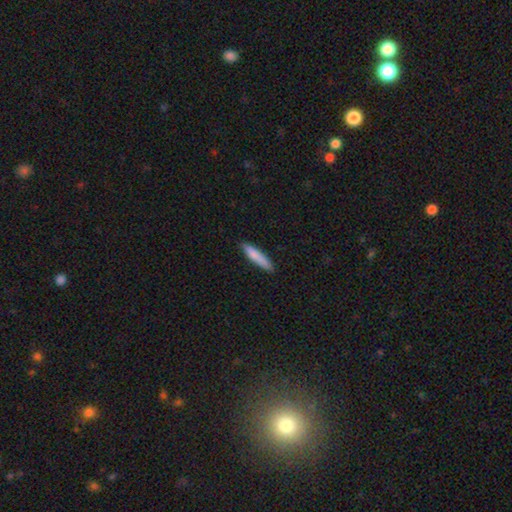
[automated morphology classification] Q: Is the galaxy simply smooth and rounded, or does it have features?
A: smooth — 82%.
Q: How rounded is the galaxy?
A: cigar-shaped — 85%.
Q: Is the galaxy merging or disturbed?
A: none — 85%.